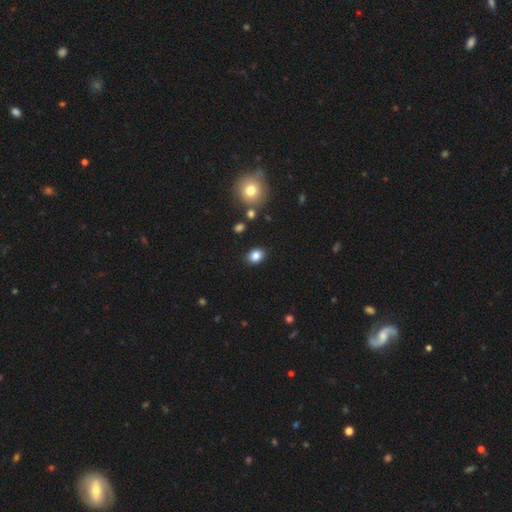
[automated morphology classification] smooth-or-featured: smooth: 84% | star or artifact: 10% | featured or disk: 6%
  how-rounded: in between: 58% | round: 41% | cigar-shaped: 1%
  merging: none: 87% | minor disturbance: 8% | major disturbance: 2% | merger: 2%